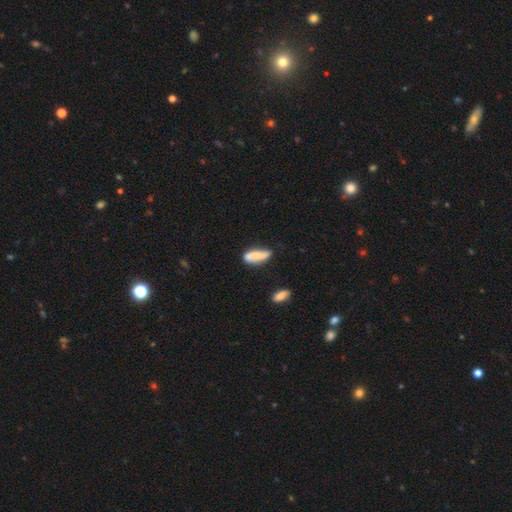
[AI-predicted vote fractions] Smooth or featured: smooth — 55% (featured or disk — 38%)
How rounded: in between — 63% (cigar-shaped — 34%)
Merging: none — 66% (minor disturbance — 24%)